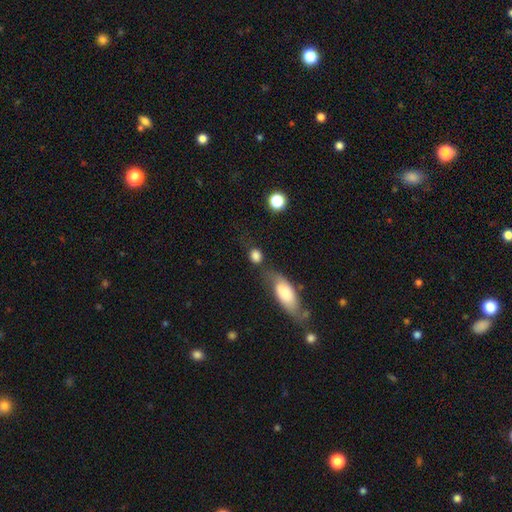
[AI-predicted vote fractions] Smooth or featured: smooth — 81% (star or artifact — 10%)
How rounded: round — 62% (in between — 34%)
Merging: none — 56% (merger — 17%)